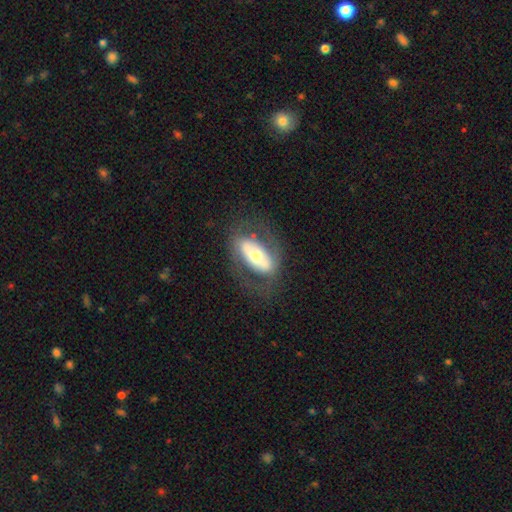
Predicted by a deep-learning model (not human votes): smooth_or_featured: featured or disk (p=0.57) [alt: smooth p=0.37]
disk_edge_on: no (p=0.85) [alt: yes p=0.15]
merging: none (p=0.70) [alt: minor disturbance p=0.16]